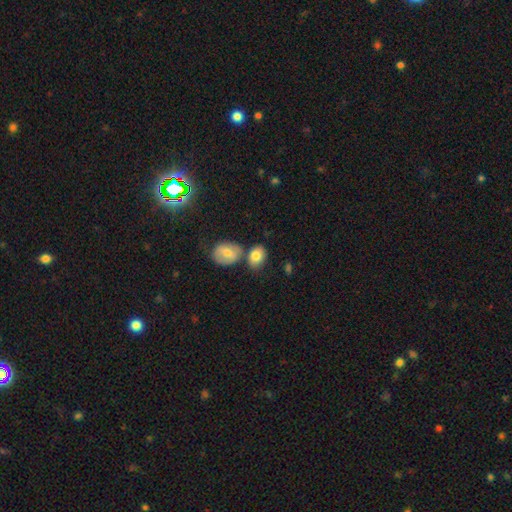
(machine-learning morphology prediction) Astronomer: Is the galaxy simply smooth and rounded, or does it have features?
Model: smooth — 81%.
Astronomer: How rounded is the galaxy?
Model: in between — 70%.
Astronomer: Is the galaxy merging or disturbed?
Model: none — 54%.